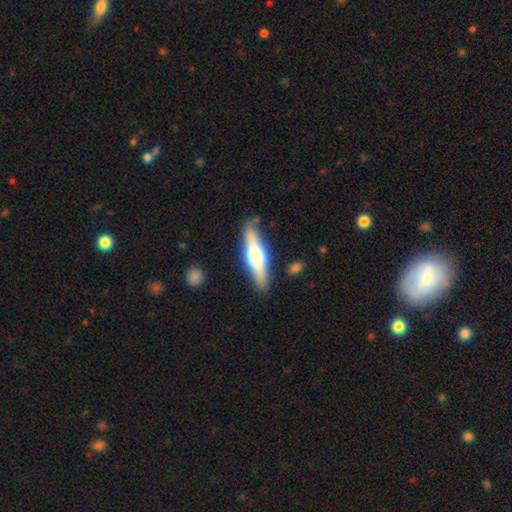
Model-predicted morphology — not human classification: Smooth or featured? featured or disk (53%)
Edge-on disk? yes (92%)
Merging? none (85%)